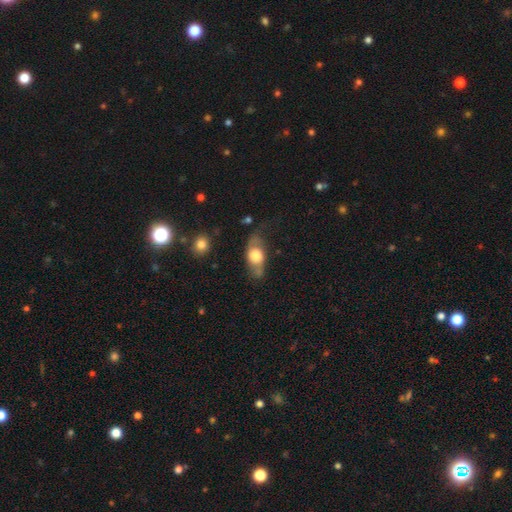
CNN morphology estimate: A smooth galaxy with no disk features (47%).

Vote fractions:
- Smooth or featured? smooth: 47% / featured or disk: 46% / star or artifact: 7%
- Merging? none: 52% / minor disturbance: 26% / major disturbance: 18% / merger: 4%